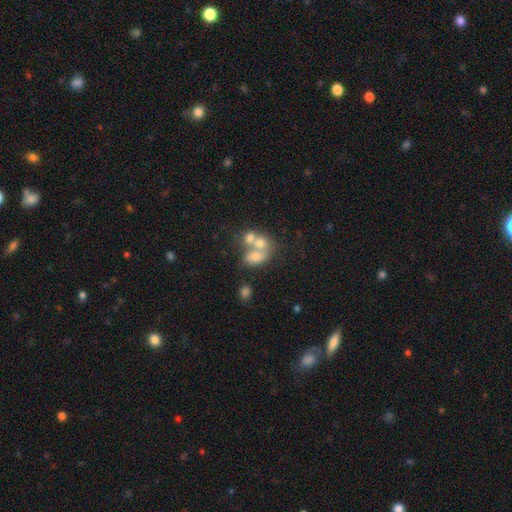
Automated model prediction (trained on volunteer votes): Smooth or featured?
  - smooth: 55% *
  - featured or disk: 31%
  - star or artifact: 13%
How rounded?
  - in between: 54% *
  - round: 45%
  - cigar-shaped: 1%
Merging?
  - merger: 66% *
  - none: 21%
  - minor disturbance: 7%
  - major disturbance: 6%